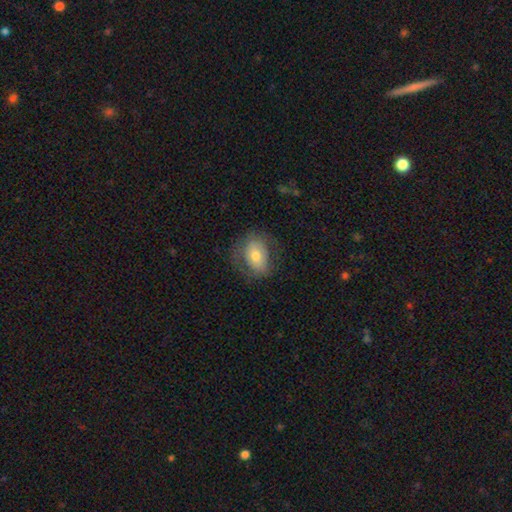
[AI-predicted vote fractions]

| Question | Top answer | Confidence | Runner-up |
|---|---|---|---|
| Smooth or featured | smooth | 61% | featured or disk (31%) |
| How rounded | in between | 68% | round (31%) |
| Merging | none | 70% | minor disturbance (19%) |